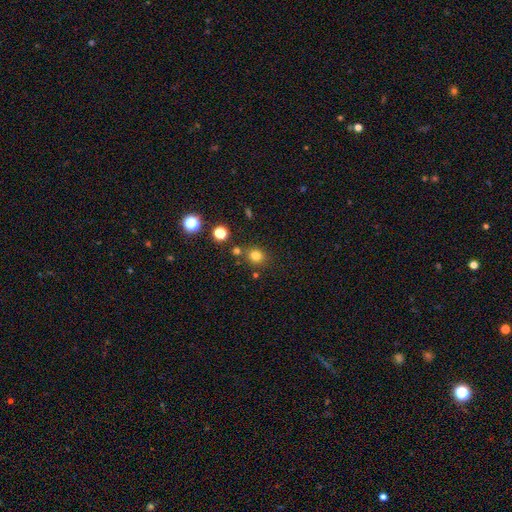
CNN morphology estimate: smooth_or_featured: smooth (p=0.79) [alt: star or artifact p=0.16]
how_rounded: round (p=0.79) [alt: in between p=0.20]
merging: none (p=0.78) [alt: merger p=0.10]